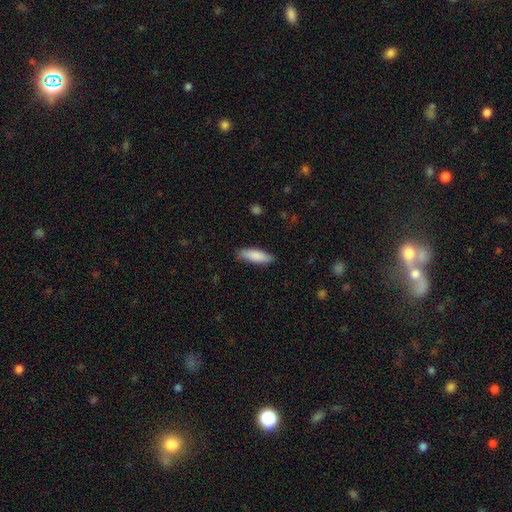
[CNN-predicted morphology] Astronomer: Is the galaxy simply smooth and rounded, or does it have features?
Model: smooth — 86%.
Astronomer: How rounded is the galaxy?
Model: cigar-shaped — 50% (runner-up: in between, 48%).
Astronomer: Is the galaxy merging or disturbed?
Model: none — 85%.